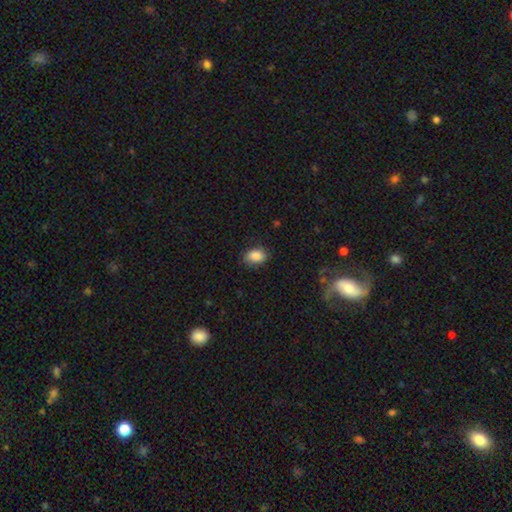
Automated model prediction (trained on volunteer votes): Morphology: type=smooth (87%); roundness=in between (79%); merging=none (78%).